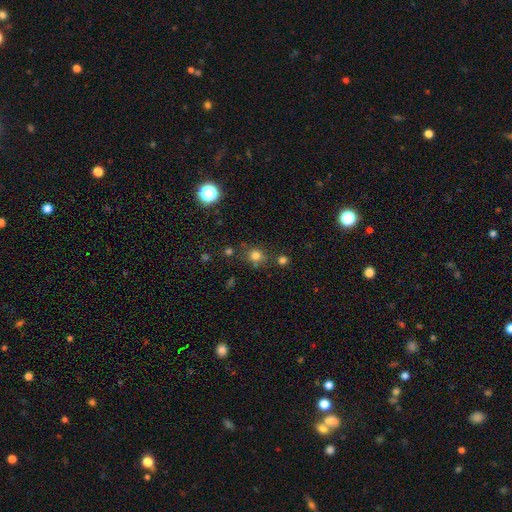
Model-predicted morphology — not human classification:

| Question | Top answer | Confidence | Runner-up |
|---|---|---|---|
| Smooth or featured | smooth | 75% | star or artifact (18%) |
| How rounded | round | 80% | in between (19%) |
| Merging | none | 73% | minor disturbance (13%) |